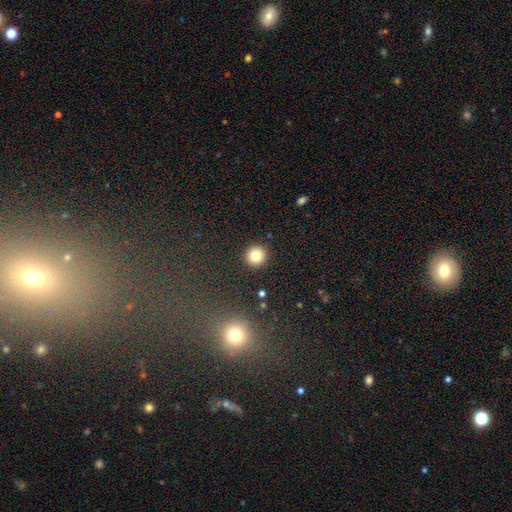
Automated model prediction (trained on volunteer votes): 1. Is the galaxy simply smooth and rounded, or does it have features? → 83% smooth, 11% star or artifact, 6% featured or disk.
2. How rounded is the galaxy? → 94% round, 5% in between, 1% cigar-shaped.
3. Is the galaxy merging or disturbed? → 92% none, 5% minor disturbance, 2% major disturbance, 1% merger.